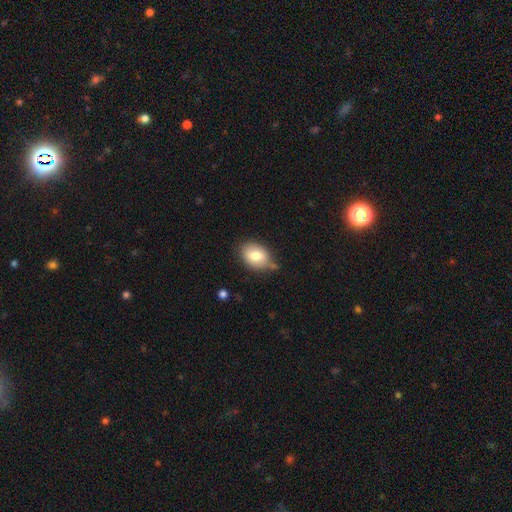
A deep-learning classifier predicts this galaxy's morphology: smooth-or-featured: smooth: 79% | featured or disk: 14% | star or artifact: 8%
  how-rounded: in between: 74% | round: 25% | cigar-shaped: 1%
  merging: none: 66% | minor disturbance: 23% | merger: 6% | major disturbance: 5%